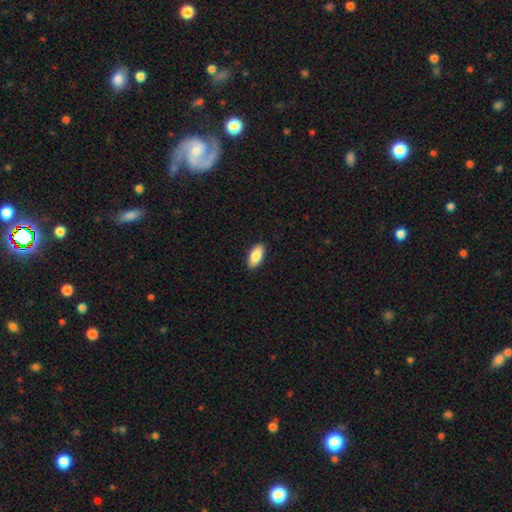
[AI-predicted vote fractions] smooth 87%, featured or disk 7%, star or artifact 6%. Down the decision tree: how rounded — in between (92%); merging — none (90%).